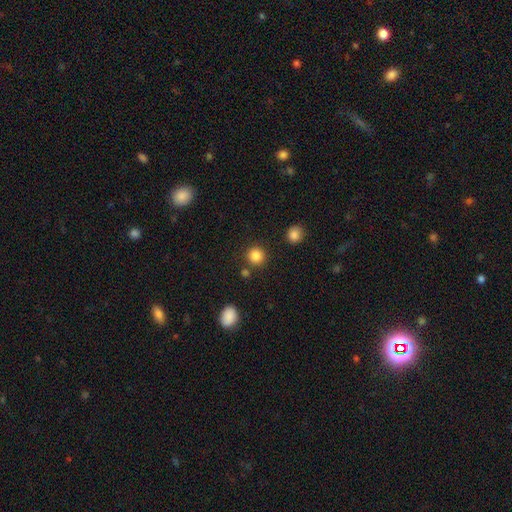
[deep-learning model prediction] A smooth galaxy with no disk features (86%) that is round (93%).

Vote fractions:
- Smooth or featured? smooth: 86% / star or artifact: 10% / featured or disk: 4%
- How rounded? round: 93% / in between: 6% / cigar-shaped: 1%
- Merging? none: 86% / minor disturbance: 7% / merger: 5% / major disturbance: 3%